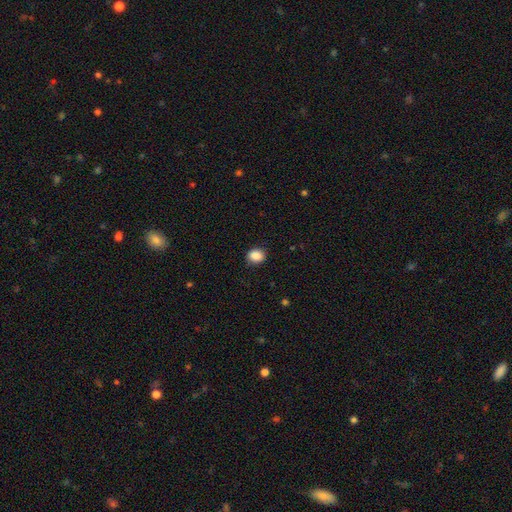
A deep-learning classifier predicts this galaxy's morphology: smooth 88%, star or artifact 8%, featured or disk 3%. Down the decision tree: how rounded — round (56%); merging — none (88%).